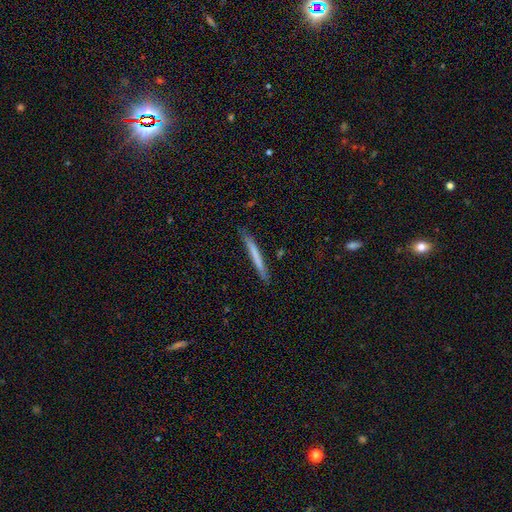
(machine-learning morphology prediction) This is likely a smooth galaxy (65%). How rounded: clearly cigar-shaped (97%). Merging: clearly none (86%).